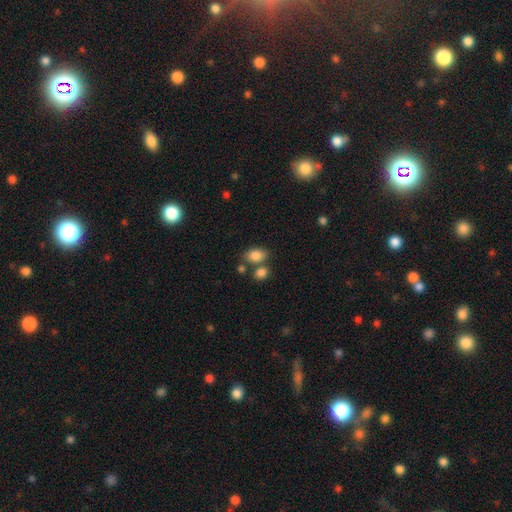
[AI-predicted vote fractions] This is clearly a smooth galaxy (84%). How rounded: likely in between (79%). Merging: possibly none (55%).